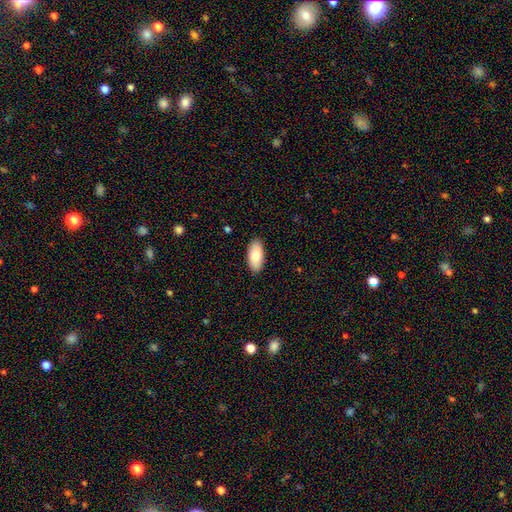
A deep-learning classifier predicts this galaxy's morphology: smooth-or-featured: smooth: 80% | featured or disk: 14% | star or artifact: 6%
  how-rounded: in between: 93% | cigar-shaped: 5% | round: 2%
  merging: none: 89% | minor disturbance: 8% | major disturbance: 2% | merger: 1%